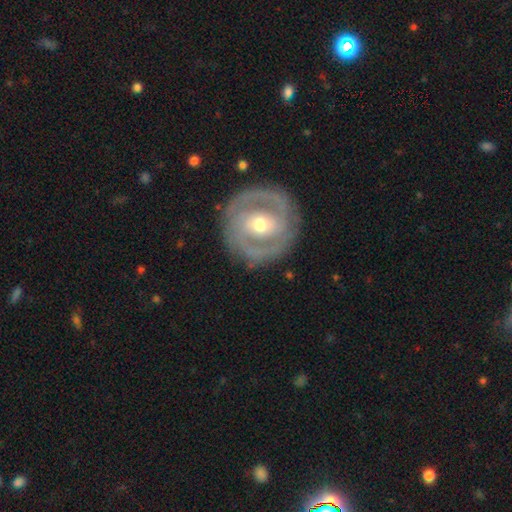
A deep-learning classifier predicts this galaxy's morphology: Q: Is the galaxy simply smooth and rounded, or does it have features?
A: featured or disk — 73%.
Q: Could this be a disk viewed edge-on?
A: no — 94%.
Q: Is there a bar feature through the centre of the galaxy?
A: weak — 39%.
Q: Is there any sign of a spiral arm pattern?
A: yes — 57%.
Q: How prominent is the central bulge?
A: moderate — 66%.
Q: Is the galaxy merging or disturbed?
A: none — 82%.